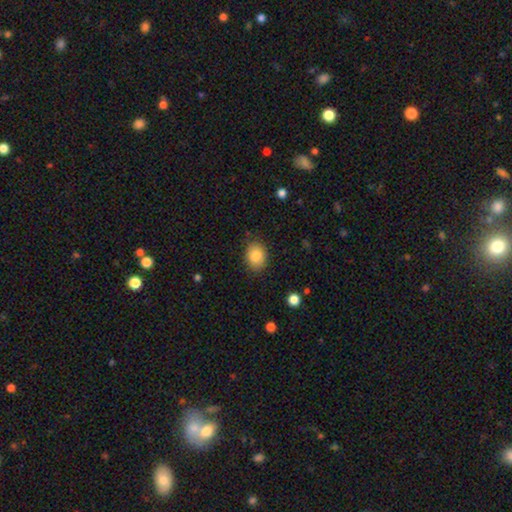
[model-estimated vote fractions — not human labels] Smooth or featured? Predicted: smooth (p=0.85). How rounded? Predicted: in between (p=0.56). Merging? Predicted: none (p=0.84).